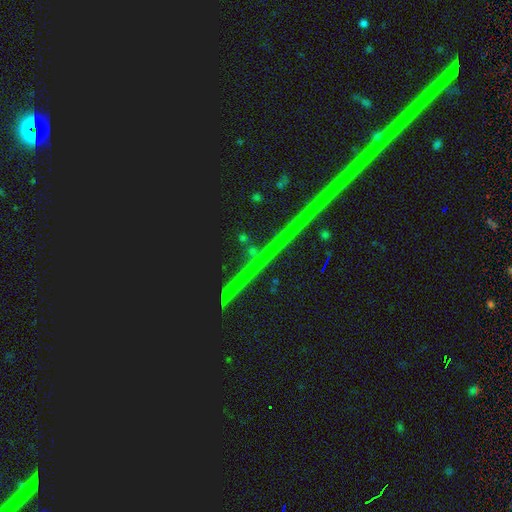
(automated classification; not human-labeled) A star or artifact, not a galaxy (87%).

Vote fractions:
- Smooth or featured? star or artifact: 87% / featured or disk: 8% / smooth: 5%